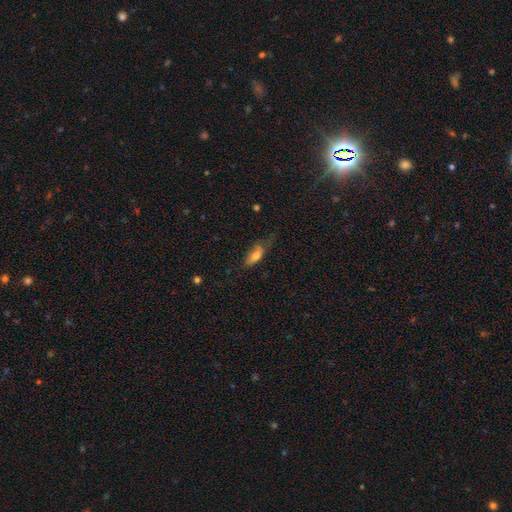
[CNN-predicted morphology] smooth-or-featured: smooth: 72% | featured or disk: 20% | star or artifact: 8%
  how-rounded: in between: 73% | cigar-shaped: 24% | round: 3%
  merging: none: 44% | minor disturbance: 34% | major disturbance: 19% | merger: 3%